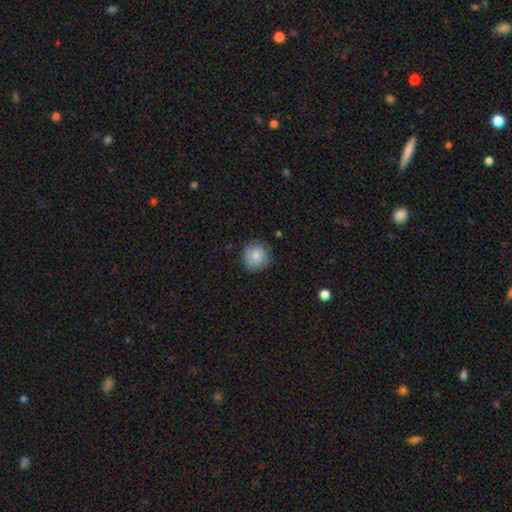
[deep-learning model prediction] Smooth or featured? smooth (80%)
How rounded? round (93%)
Merging? none (85%)